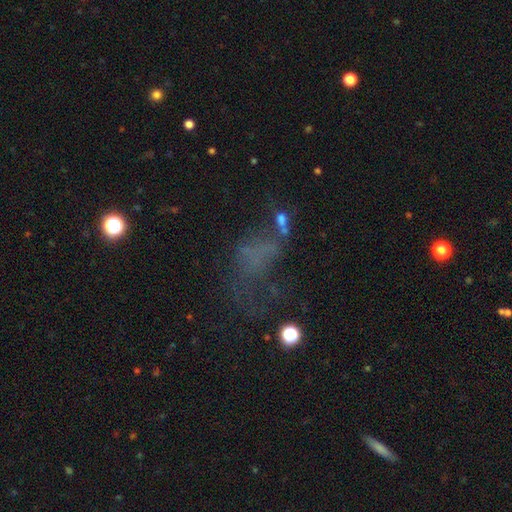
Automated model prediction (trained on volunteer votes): This is marginally a featured or disk galaxy (36%). Merging: marginally major disturbance (44%).